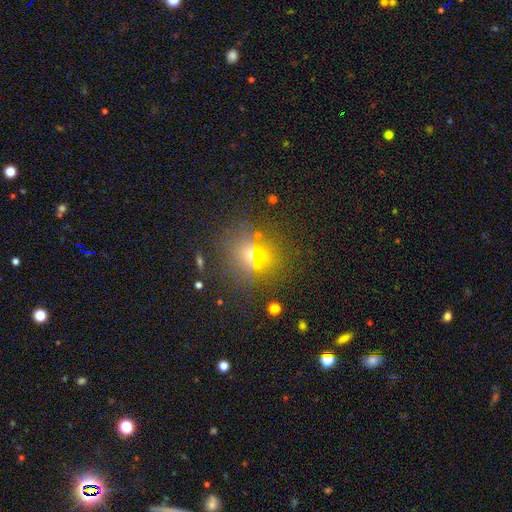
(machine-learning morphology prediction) type=smooth (52%); roundness=round (84%); merging=none (80%).